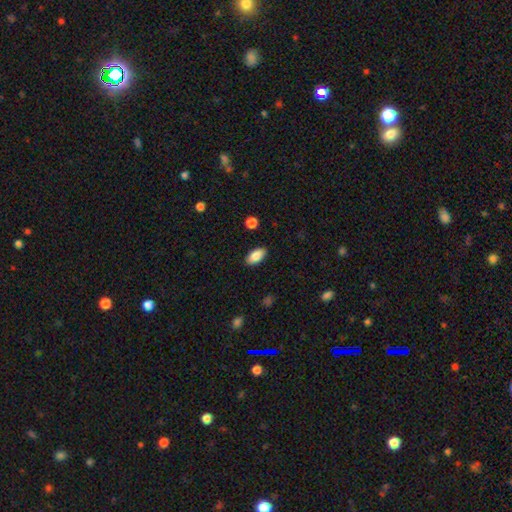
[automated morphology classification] Smooth or featured? Predicted: smooth (p=0.86). How rounded? Predicted: in between (p=0.93). Merging? Predicted: none (p=0.89).